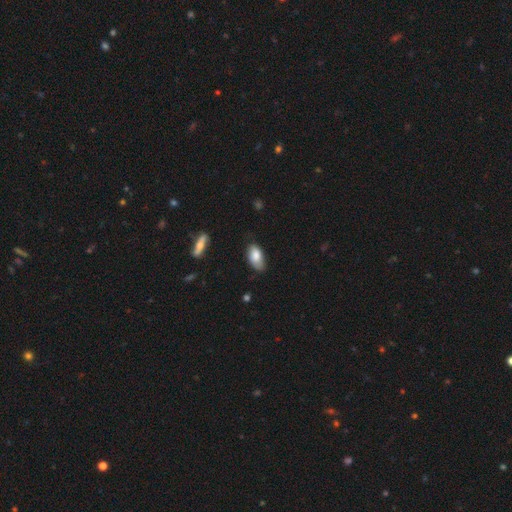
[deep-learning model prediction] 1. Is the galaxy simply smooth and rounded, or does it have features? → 81% smooth, 12% featured or disk, 7% star or artifact.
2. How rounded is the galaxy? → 93% in between, 3% cigar-shaped, 3% round.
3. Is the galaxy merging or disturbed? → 60% none, 33% minor disturbance, 6% major disturbance, 2% merger.